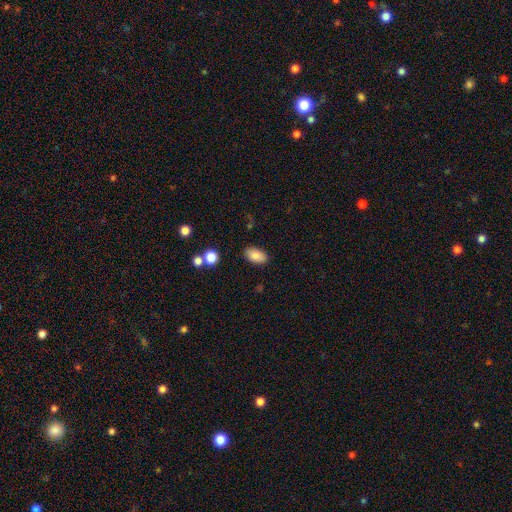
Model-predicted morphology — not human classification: smooth_or_featured: smooth (p=0.85) [alt: star or artifact p=0.08]
how_rounded: in between (p=0.93) [alt: round p=0.05]
merging: none (p=0.86) [alt: minor disturbance p=0.10]